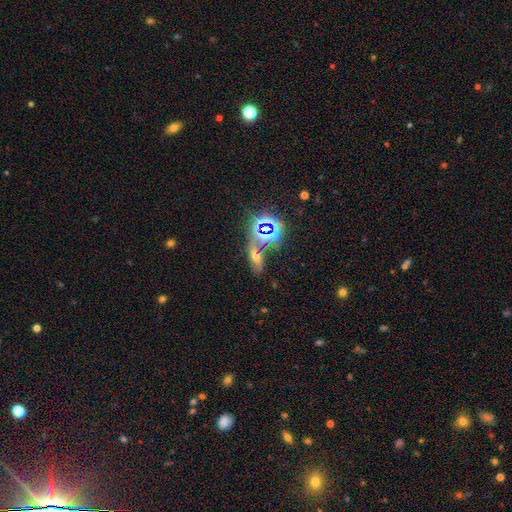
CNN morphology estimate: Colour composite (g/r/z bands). It shows a star or artifact, not a galaxy (42%).